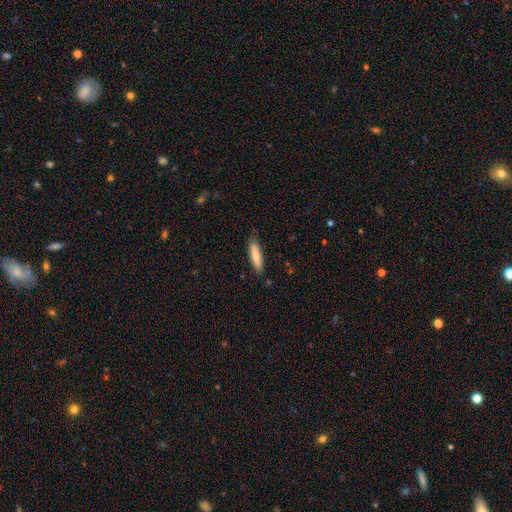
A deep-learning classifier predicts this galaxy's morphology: Smooth or featured: smooth — 78% (featured or disk — 17%)
How rounded: cigar-shaped — 72% (in between — 27%)
Merging: none — 80% (minor disturbance — 16%)